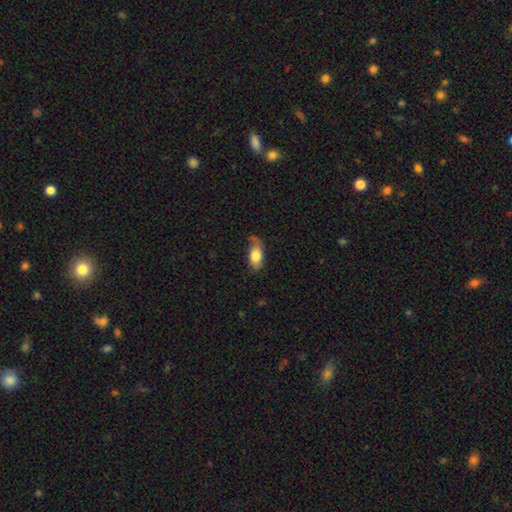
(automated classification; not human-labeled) Smooth or featured?
  - smooth: 76% *
  - featured or disk: 18%
  - star or artifact: 7%
How rounded?
  - in between: 89% *
  - cigar-shaped: 7%
  - round: 4%
Merging?
  - none: 55% *
  - minor disturbance: 32%
  - major disturbance: 10%
  - merger: 3%